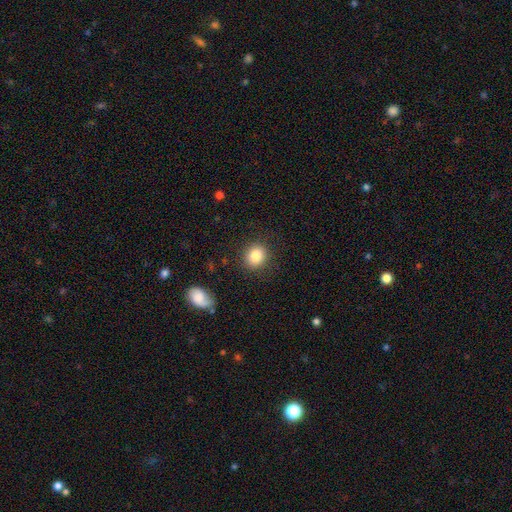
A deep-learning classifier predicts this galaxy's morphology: A smooth galaxy with no disk features (84%) that is round (74%).

Vote fractions:
- Smooth or featured? smooth: 84% / star or artifact: 9% / featured or disk: 7%
- How rounded? round: 74% / in between: 25% / cigar-shaped: 1%
- Merging? none: 87% / minor disturbance: 8% / major disturbance: 3% / merger: 1%